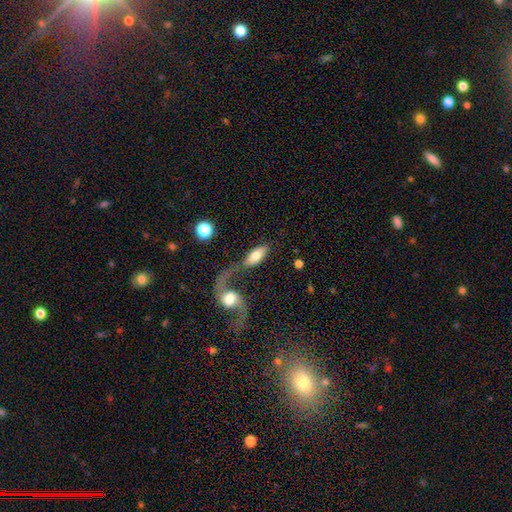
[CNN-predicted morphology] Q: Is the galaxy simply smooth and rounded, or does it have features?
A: smooth — 63%.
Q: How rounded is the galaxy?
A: in between — 86%.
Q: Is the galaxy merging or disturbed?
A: merger — 38%.